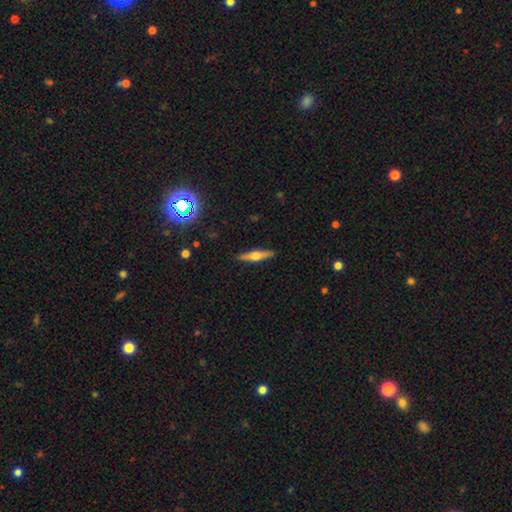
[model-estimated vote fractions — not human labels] A featured or disk galaxy (56%) viewed edge-on (95%) with a rounded central bulge (91%). Merging: none (90%).